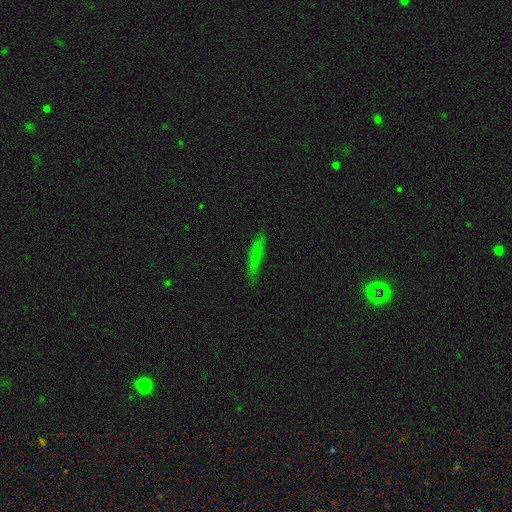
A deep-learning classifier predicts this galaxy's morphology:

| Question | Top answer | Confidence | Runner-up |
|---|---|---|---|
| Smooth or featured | smooth | 69% | featured or disk (20%) |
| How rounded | cigar-shaped | 89% | in between (9%) |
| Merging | none | 84% | minor disturbance (12%) |